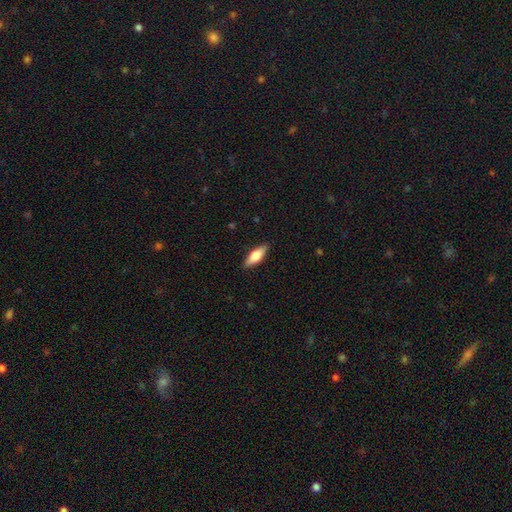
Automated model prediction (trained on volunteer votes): Overall: smooth (67%). How rounded: in between (62%; cigar-shaped 36%). Merging: none (88%).